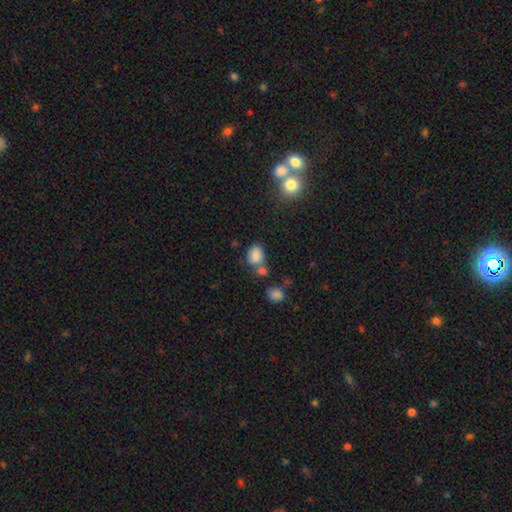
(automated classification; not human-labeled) smooth 78%, star or artifact 13%, featured or disk 9%. Down the decision tree: how rounded — in between (70%); merging — none (44%).